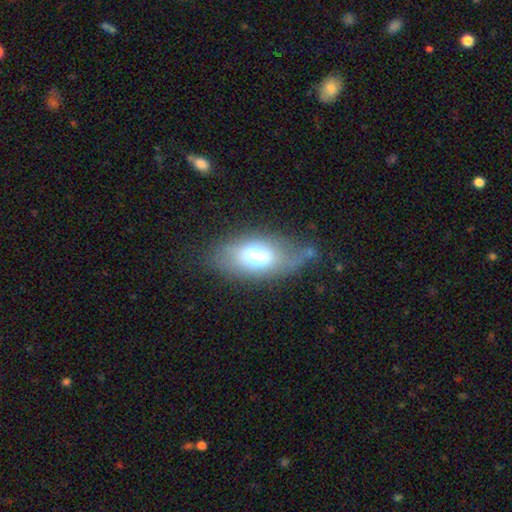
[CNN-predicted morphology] Smooth or featured? Predicted: smooth (p=0.61). How rounded? Predicted: in between (p=0.85). Merging? Predicted: none (p=0.51).